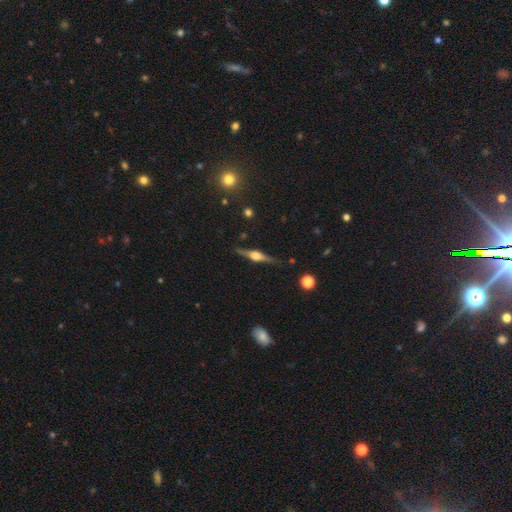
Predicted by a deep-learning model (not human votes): This is clearly a featured or disk galaxy (81%). It is clearly viewed edge-on (98%). Edge-on bulge: clearly rounded (89%). Merging: clearly none (87%).